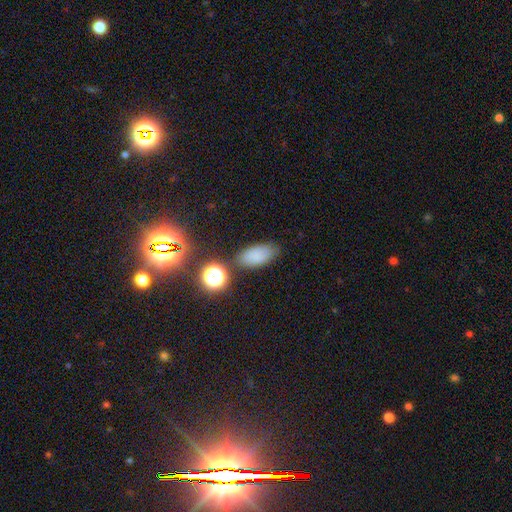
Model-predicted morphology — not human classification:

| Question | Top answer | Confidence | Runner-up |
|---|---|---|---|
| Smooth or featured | smooth | 76% | star or artifact (17%) |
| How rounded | in between | 89% | round (7%) |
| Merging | none | 78% | minor disturbance (13%) |